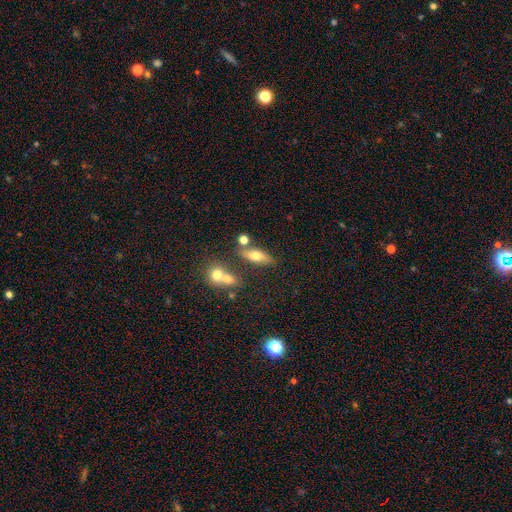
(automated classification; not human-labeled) A smooth galaxy with no disk features (61%) that is in between round and cigar-shaped (62%). Merging: none (65%).